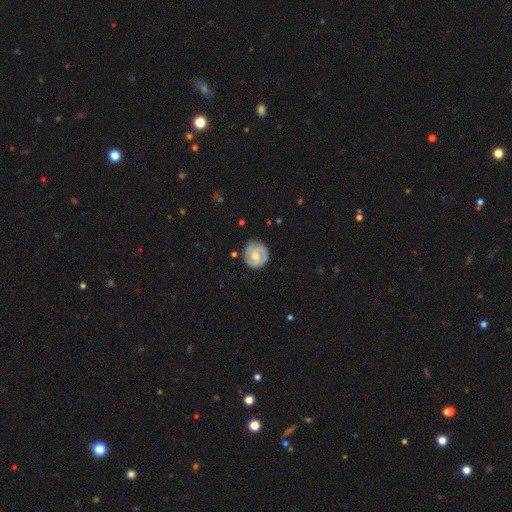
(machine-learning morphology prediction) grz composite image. It shows a featured or disk galaxy (59%) with no bar (59%), spiral arms (83%) and a moderate central bulge (55%). Merging: none (75%).